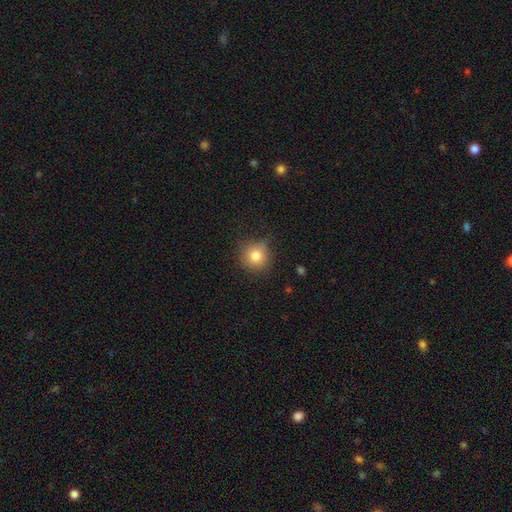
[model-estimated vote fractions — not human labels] A smooth galaxy with no disk features (79%) that is round (92%).

Vote fractions:
- Smooth or featured? smooth: 79% / star or artifact: 12% / featured or disk: 9%
- How rounded? round: 92% / in between: 7% / cigar-shaped: 1%
- Merging? none: 78% / minor disturbance: 16% / major disturbance: 4% / merger: 2%